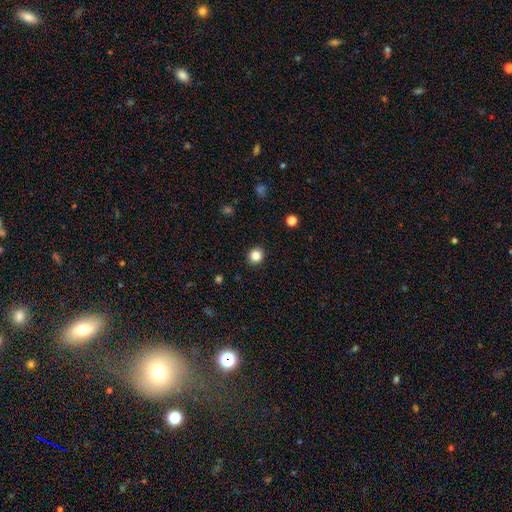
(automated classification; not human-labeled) smooth 84%, star or artifact 11%, featured or disk 5%. Down the decision tree: how rounded — round (85%); merging — none (91%).